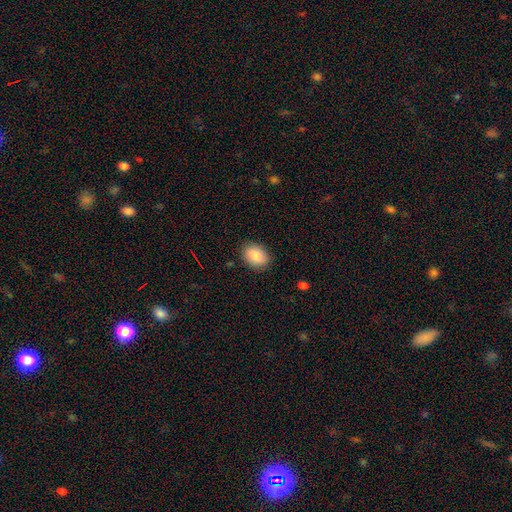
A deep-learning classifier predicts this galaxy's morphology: A smooth galaxy with no disk features (88%) that is in between round and cigar-shaped (78%).

Vote fractions:
- Smooth or featured? smooth: 88% / star or artifact: 7% / featured or disk: 5%
- How rounded? in between: 78% / round: 21% / cigar-shaped: 1%
- Merging? none: 87% / minor disturbance: 10% / major disturbance: 2% / merger: 1%